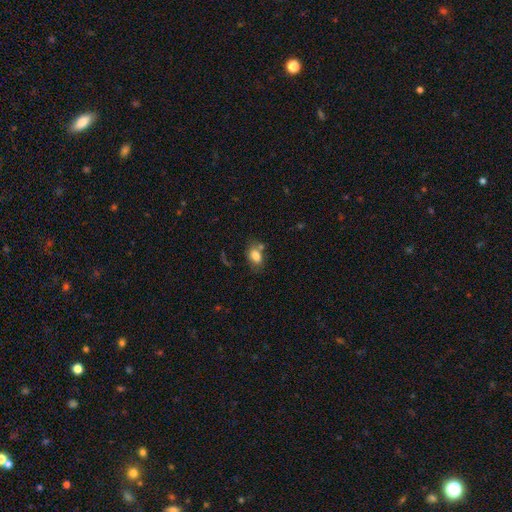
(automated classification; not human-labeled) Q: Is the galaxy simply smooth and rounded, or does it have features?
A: smooth — 79%.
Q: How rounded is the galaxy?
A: in between — 81%.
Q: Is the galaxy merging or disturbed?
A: none — 60%.